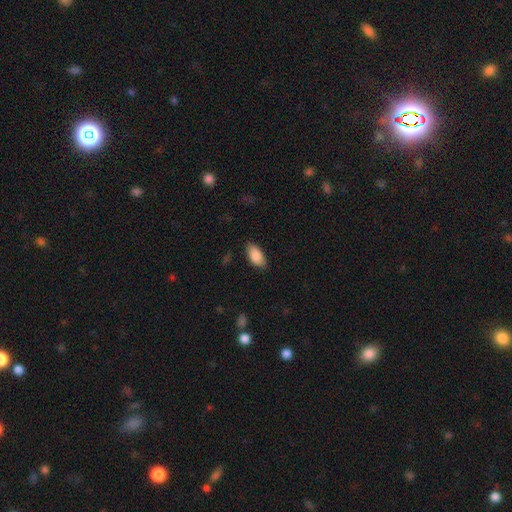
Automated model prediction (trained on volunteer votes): smooth 89%, star or artifact 6%, featured or disk 5%. Down the decision tree: how rounded — in between (93%); merging — none (84%).